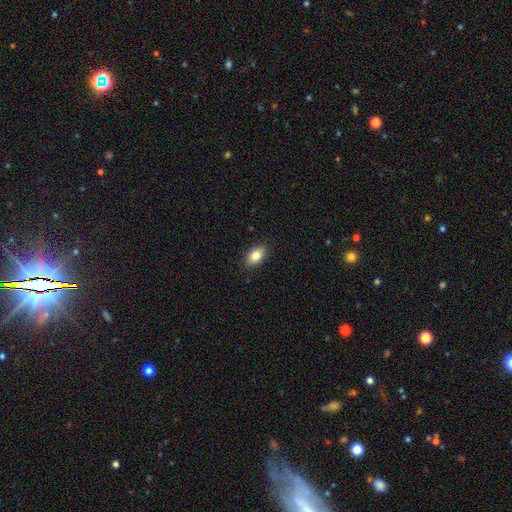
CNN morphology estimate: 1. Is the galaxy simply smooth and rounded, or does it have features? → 83% smooth, 9% featured or disk, 8% star or artifact.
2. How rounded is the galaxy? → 88% in between, 10% round, 2% cigar-shaped.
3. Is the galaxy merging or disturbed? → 89% none, 8% minor disturbance, 2% major disturbance, 1% merger.